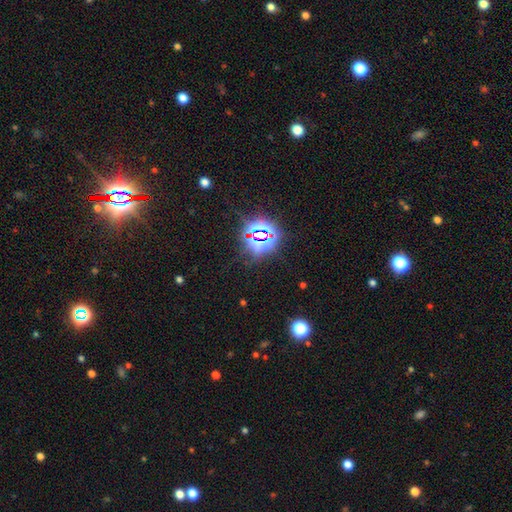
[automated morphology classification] star or artifact 84%, smooth 10%, featured or disk 6%.